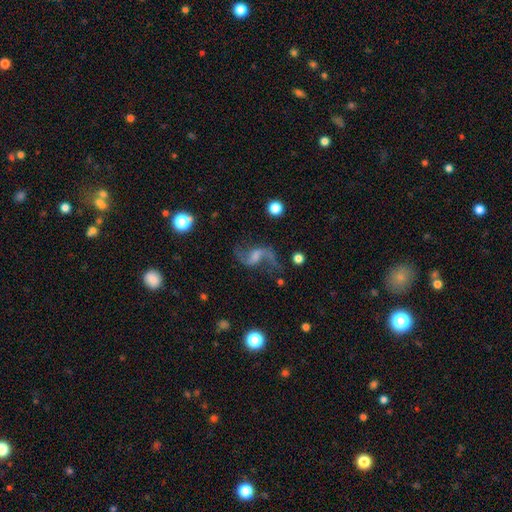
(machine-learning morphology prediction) smooth-or-featured: featured or disk: 87% | star or artifact: 7% | smooth: 6%
  disk-edge-on: no: 97% | yes: 3%
    bar: weak: 49% | no: 33% | strong: 18%
    has-spiral-arms: yes: 96% | no: 4%
      spiral-winding: loose: 84% | medium: 14% | tight: 3%
      spiral-arm-count: 2: 93% | 1: 2% | can't tell: 2% | 3: 1% | 4: 1% | more than 4: 1%
    bulge-size: small: 38% | none: 28% | moderate: 27% | large: 6% | dominant: 2%
  merging: none: 76% | minor disturbance: 13% | major disturbance: 8% | merger: 3%